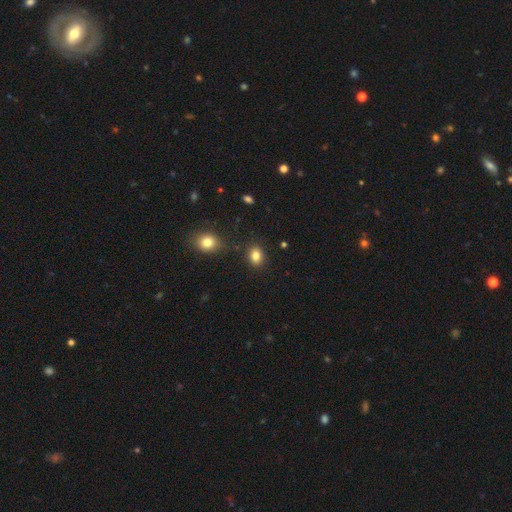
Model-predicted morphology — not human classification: smooth_or_featured: smooth (p=0.83) [alt: star or artifact p=0.11]
how_rounded: in between (p=0.58) [alt: round p=0.41]
merging: none (p=0.86) [alt: minor disturbance p=0.09]